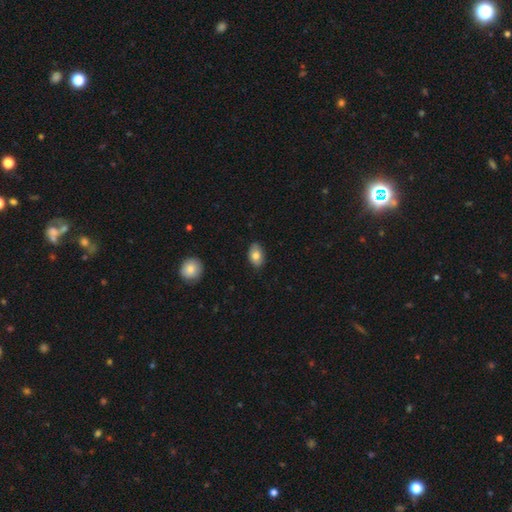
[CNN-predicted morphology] smooth 79%, featured or disk 14%, star or artifact 7%. Down the decision tree: how rounded — in between (89%); merging — none (85%).